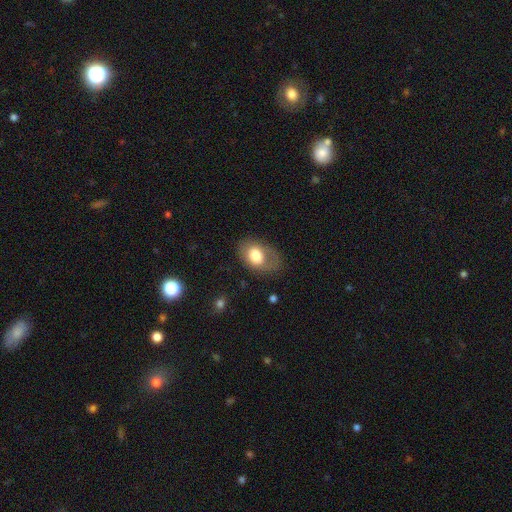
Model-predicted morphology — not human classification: Smooth or featured?
  - smooth: 70% *
  - featured or disk: 22%
  - star or artifact: 8%
How rounded?
  - in between: 80% *
  - round: 18%
  - cigar-shaped: 1%
Merging?
  - none: 58% *
  - minor disturbance: 25%
  - major disturbance: 15%
  - merger: 2%